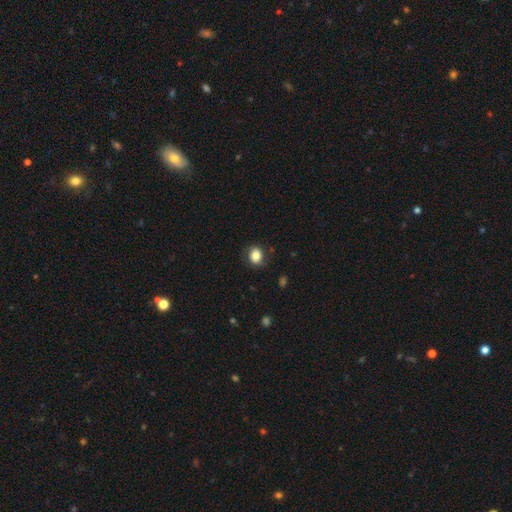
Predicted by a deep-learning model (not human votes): Smooth or featured? smooth (74%)
How rounded? round (55%)
Merging? none (74%)